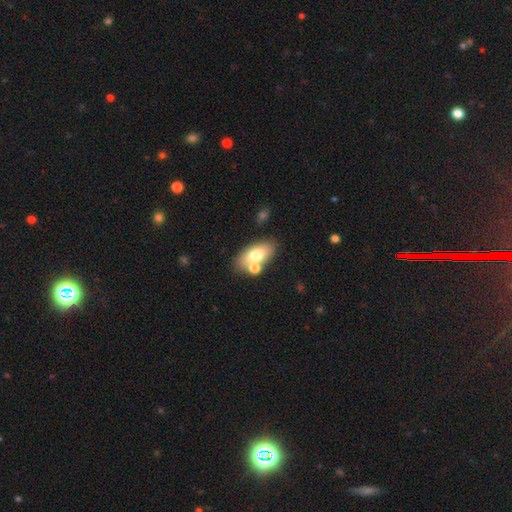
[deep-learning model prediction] Smooth or featured? smooth (68%)
How rounded? in between (88%)
Merging? none (63%)